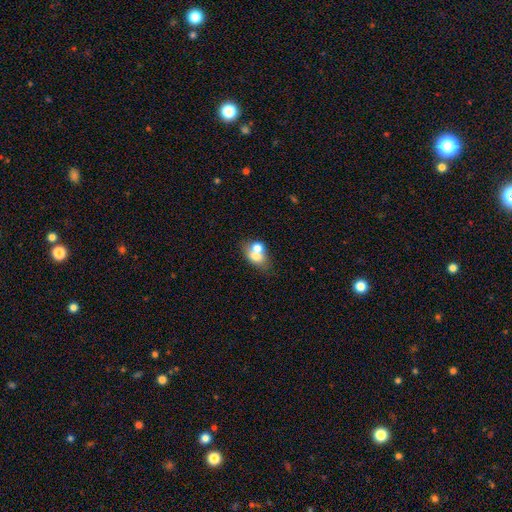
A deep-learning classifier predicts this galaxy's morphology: smooth_or_featured: smooth (p=0.66) [alt: featured or disk p=0.24]
how_rounded: in between (p=0.66) [alt: round p=0.32]
merging: merger (p=0.54) [alt: none p=0.31]